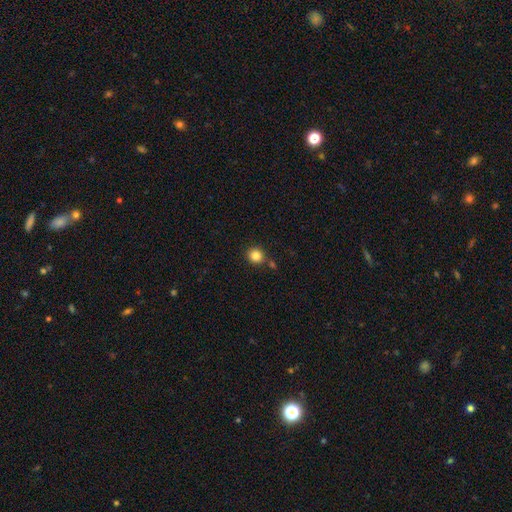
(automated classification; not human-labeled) smooth-or-featured: smooth: 84% | star or artifact: 11% | featured or disk: 5%
  how-rounded: round: 89% | in between: 10% | cigar-shaped: 1%
  merging: none: 80% | merger: 9% | minor disturbance: 8% | major disturbance: 3%